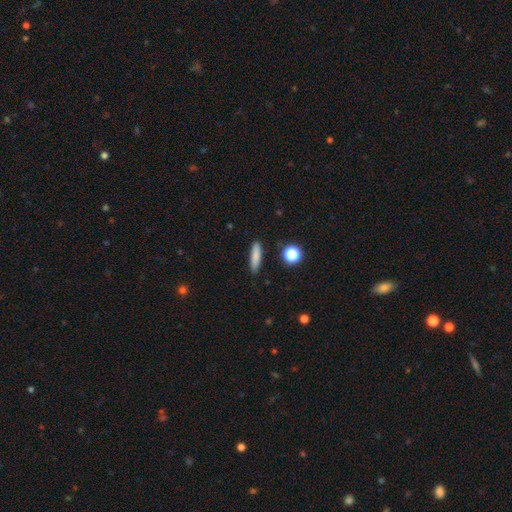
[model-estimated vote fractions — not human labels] smooth-or-featured: smooth: 82% | star or artifact: 9% | featured or disk: 9%
  how-rounded: cigar-shaped: 75% | in between: 22% | round: 4%
  merging: none: 88% | minor disturbance: 8% | major disturbance: 2% | merger: 2%